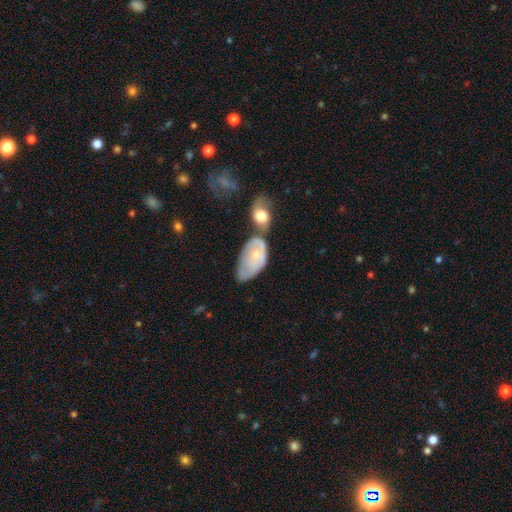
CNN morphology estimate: Q: Smooth or featured?
A: smooth (51%); runner-up: featured or disk (42%)
Q: How rounded?
A: in between (91%); runner-up: round (7%)
Q: Merging?
A: merger (33%); runner-up: minor disturbance (27%)